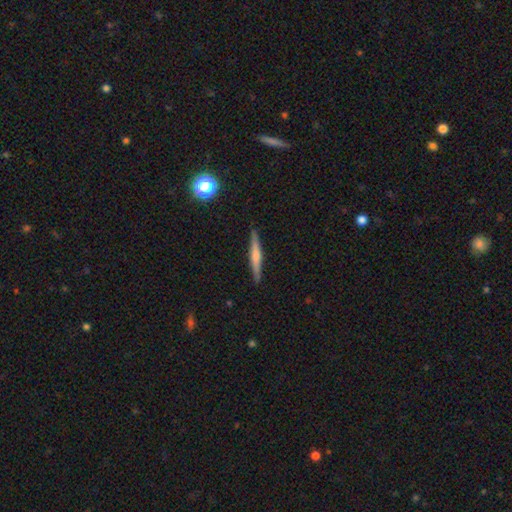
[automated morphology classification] Smooth or featured?
  - featured or disk: 51% *
  - smooth: 43%
  - star or artifact: 6%
Edge-on disk?
  - yes: 97% *
  - no: 3%
Merging?
  - none: 91% *
  - minor disturbance: 7%
  - major disturbance: 1%
  - merger: 1%